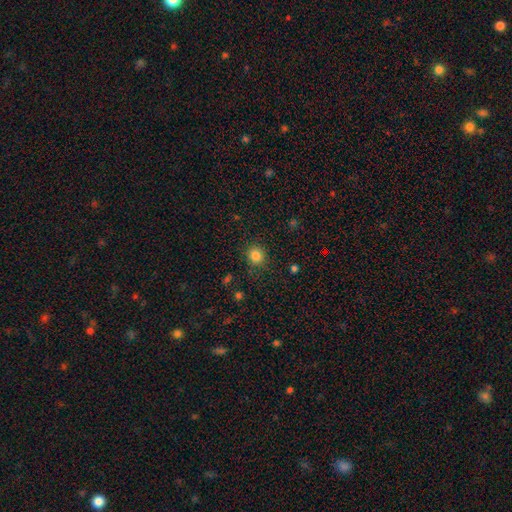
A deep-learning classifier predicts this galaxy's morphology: smooth-or-featured: smooth: 83% | star or artifact: 12% | featured or disk: 5%
  how-rounded: round: 87% | in between: 12% | cigar-shaped: 1%
  merging: none: 87% | minor disturbance: 9% | major disturbance: 3% | merger: 1%